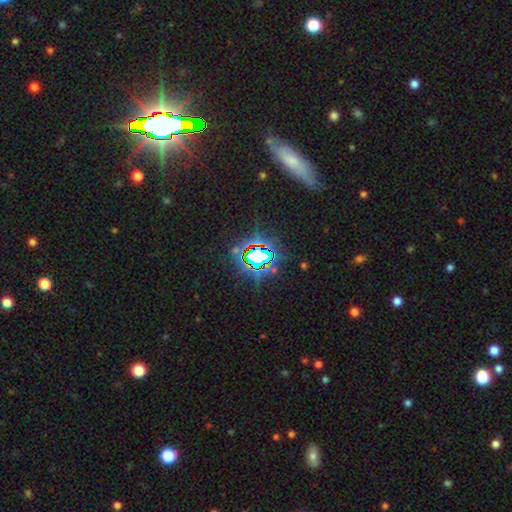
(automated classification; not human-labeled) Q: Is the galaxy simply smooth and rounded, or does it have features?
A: star or artifact — 78%.